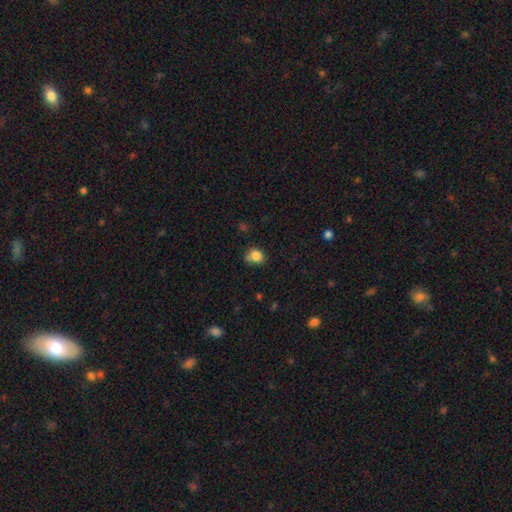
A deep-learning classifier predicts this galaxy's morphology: Smooth or featured: smooth — 83% (star or artifact — 11%)
How rounded: round — 67% (in between — 32%)
Merging: none — 59% (minor disturbance — 27%)